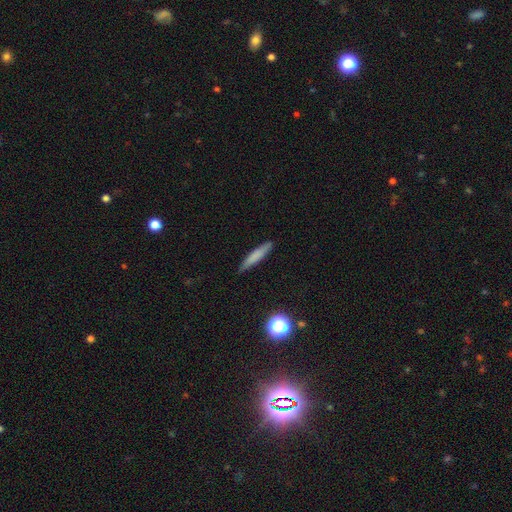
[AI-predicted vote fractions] Smooth or featured? Predicted: smooth (p=0.70). How rounded? Predicted: cigar-shaped (p=0.90). Merging? Predicted: none (p=0.85).